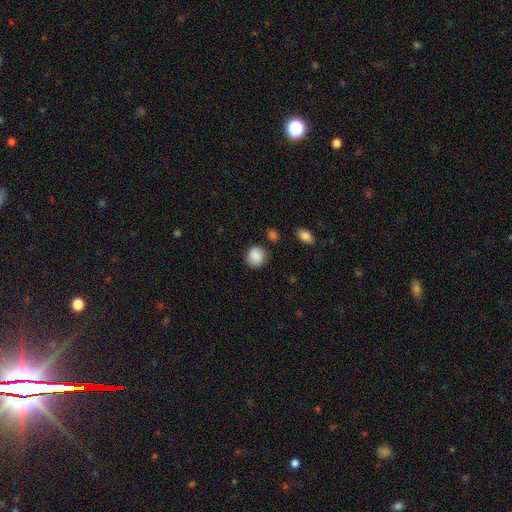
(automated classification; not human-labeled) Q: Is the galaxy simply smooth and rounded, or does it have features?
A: smooth — 88%.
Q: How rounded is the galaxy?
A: round — 83%.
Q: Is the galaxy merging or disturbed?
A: none — 83%.